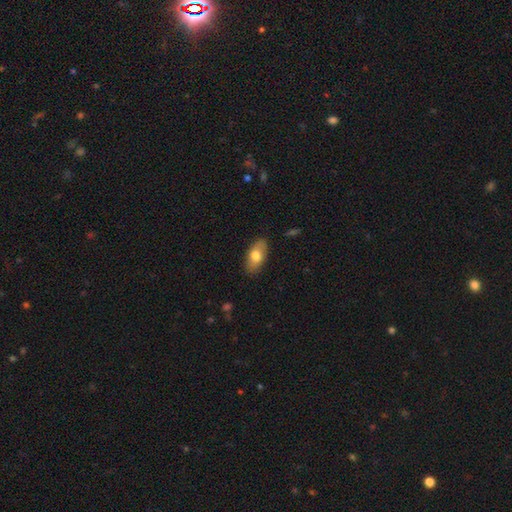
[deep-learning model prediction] Smooth or featured?
  - smooth: 72% *
  - featured or disk: 22%
  - star or artifact: 6%
How rounded?
  - in between: 90% *
  - cigar-shaped: 6%
  - round: 5%
Merging?
  - none: 84% *
  - minor disturbance: 13%
  - major disturbance: 2%
  - merger: 1%